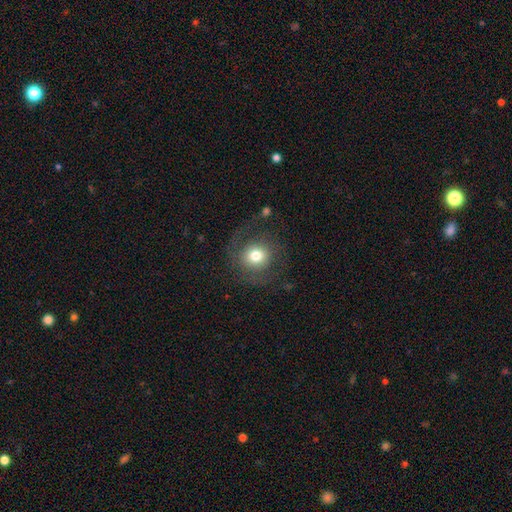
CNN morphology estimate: This appears to be a smooth galaxy with no disk features (63%) that is round (91%). Merging: none (67%).